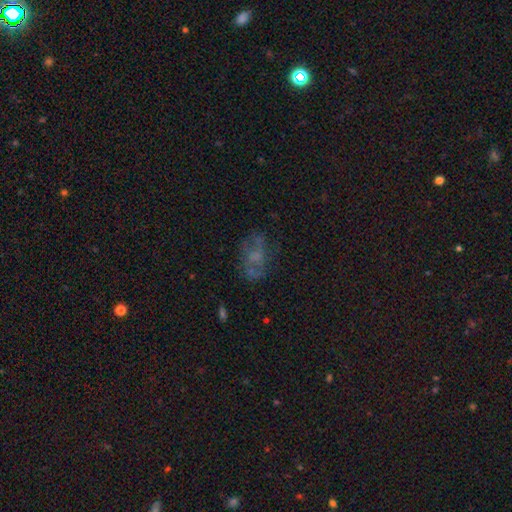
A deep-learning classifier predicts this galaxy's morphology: Smooth or featured? Predicted: featured or disk (p=0.51). Edge-on disk? Predicted: no (p=0.96). Merging? Predicted: none (p=0.56).